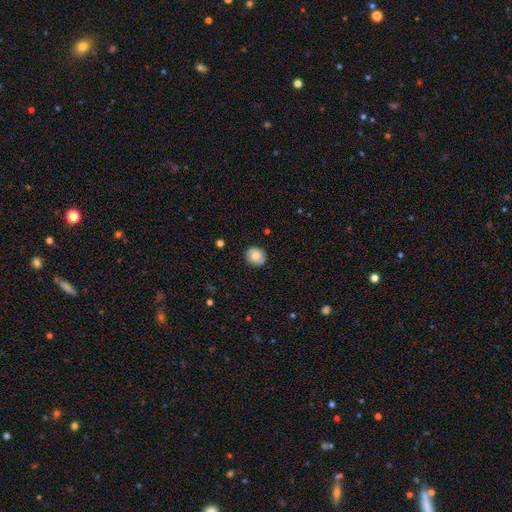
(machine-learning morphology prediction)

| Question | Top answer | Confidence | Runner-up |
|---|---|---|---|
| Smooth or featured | smooth | 81% | featured or disk (11%) |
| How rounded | round | 78% | in between (21%) |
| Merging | none | 89% | minor disturbance (9%) |